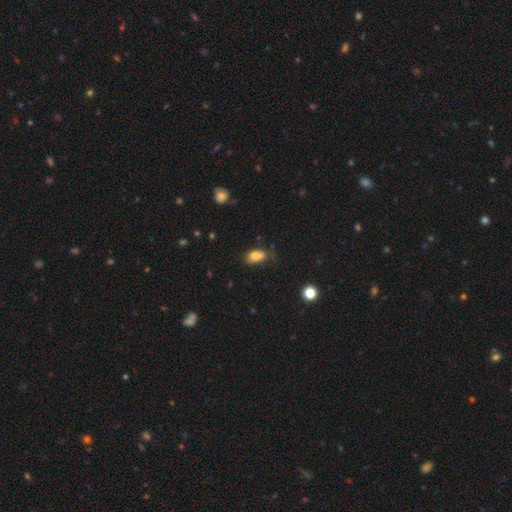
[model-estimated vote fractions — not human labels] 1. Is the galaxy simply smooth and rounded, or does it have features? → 79% smooth, 11% featured or disk, 10% star or artifact.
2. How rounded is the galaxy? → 88% in between, 9% round, 4% cigar-shaped.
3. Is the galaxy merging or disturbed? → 53% none, 31% minor disturbance, 10% major disturbance, 6% merger.